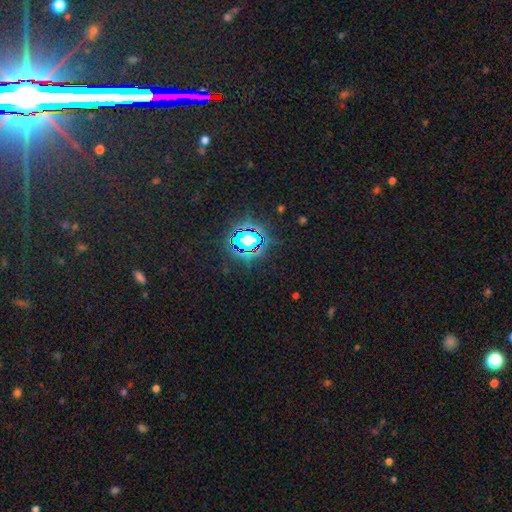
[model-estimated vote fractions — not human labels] smooth-or-featured: star or artifact: 79% | smooth: 11% | featured or disk: 10%